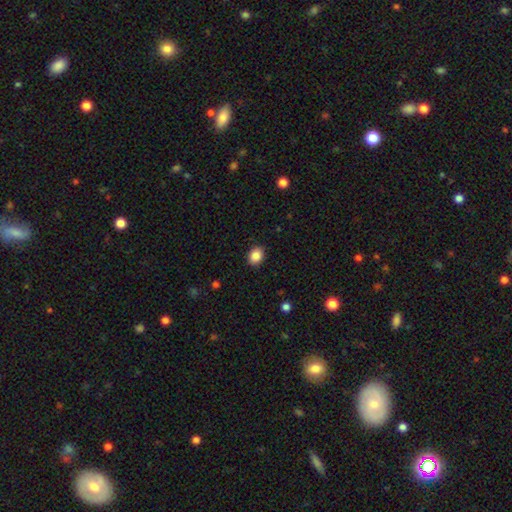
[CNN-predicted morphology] A smooth galaxy with no disk features (87%) that is in between round and cigar-shaped (56%). Merging: none (89%).